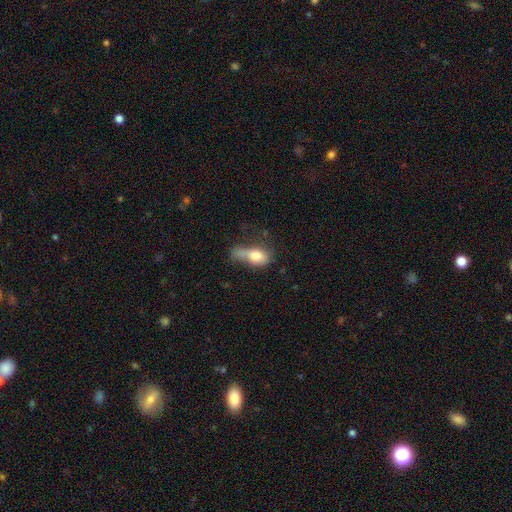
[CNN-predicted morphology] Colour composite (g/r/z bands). It shows a smooth galaxy with no disk features (71%) that is in between round and cigar-shaped (76%). Merging: major disturbance (38%).